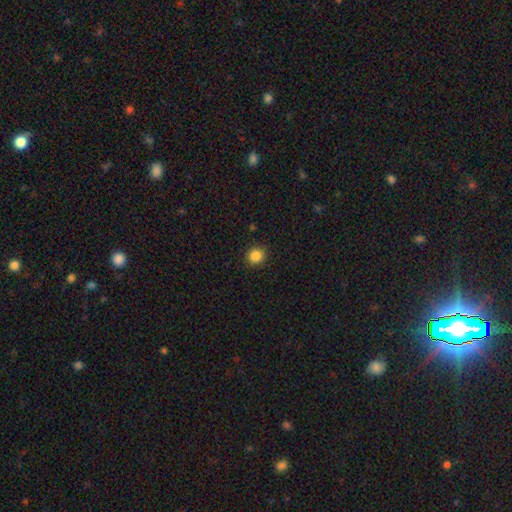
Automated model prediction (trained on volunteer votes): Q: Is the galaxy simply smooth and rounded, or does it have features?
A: smooth — 86%.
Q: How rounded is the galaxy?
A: round — 90%.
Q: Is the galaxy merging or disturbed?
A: none — 91%.